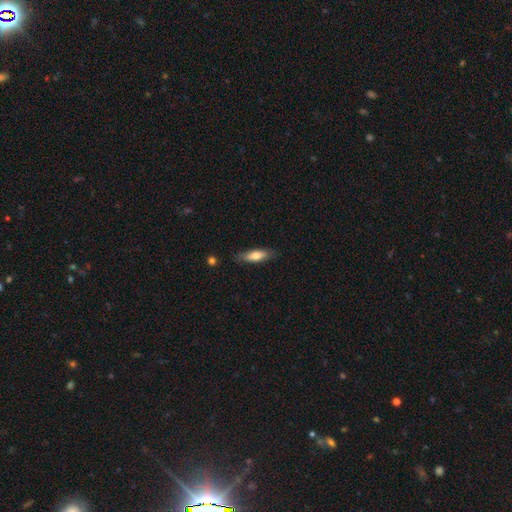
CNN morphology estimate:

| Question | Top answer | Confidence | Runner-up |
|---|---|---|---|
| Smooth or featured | smooth | 72% | featured or disk (22%) |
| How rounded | in between | 50% | cigar-shaped (48%) |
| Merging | none | 82% | minor disturbance (14%) |